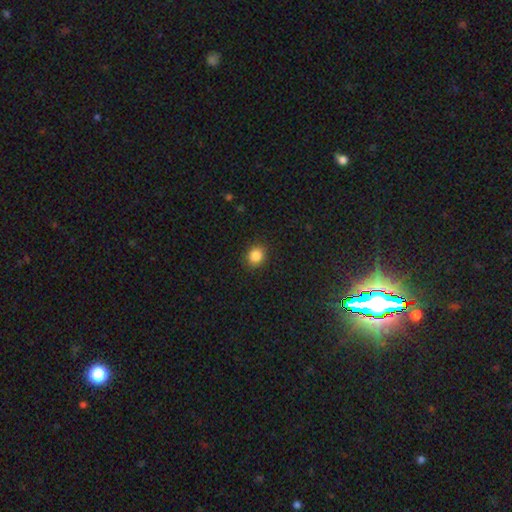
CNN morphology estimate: The model was most divided on "how rounded": round: 73%, in between: 26%, cigar-shaped: 1%. More confident: merging — none (89%); smooth or featured — smooth (85%).